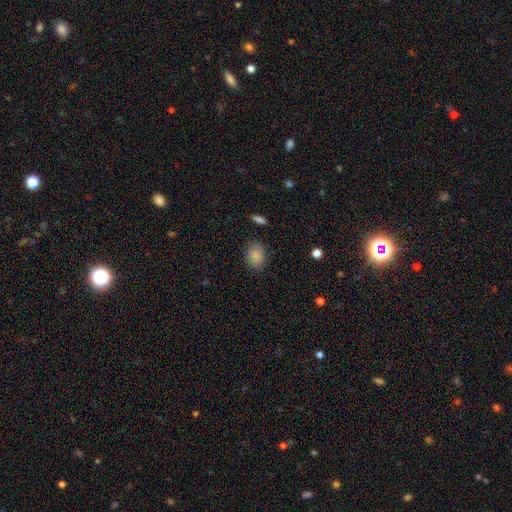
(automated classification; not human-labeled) Smooth or featured? smooth (86%)
How rounded? in between (62%)
Merging? none (85%)